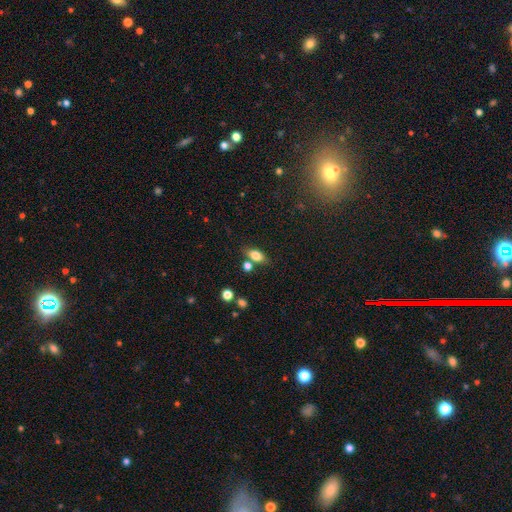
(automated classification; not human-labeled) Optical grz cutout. It shows a smooth galaxy with no disk features (78%) that is in between round and cigar-shaped (83%). Merging: none (70%).